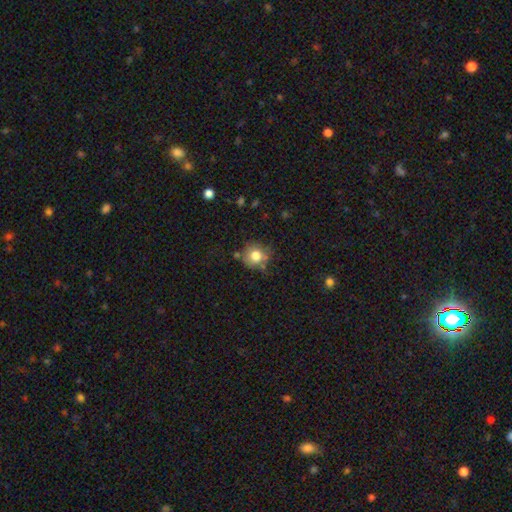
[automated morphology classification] A smooth galaxy with no disk features (77%) that is round (87%).

Vote fractions:
- Smooth or featured? smooth: 77% / featured or disk: 12% / star or artifact: 10%
- How rounded? round: 87% / in between: 12% / cigar-shaped: 1%
- Merging? none: 69% / minor disturbance: 19% / merger: 7% / major disturbance: 5%